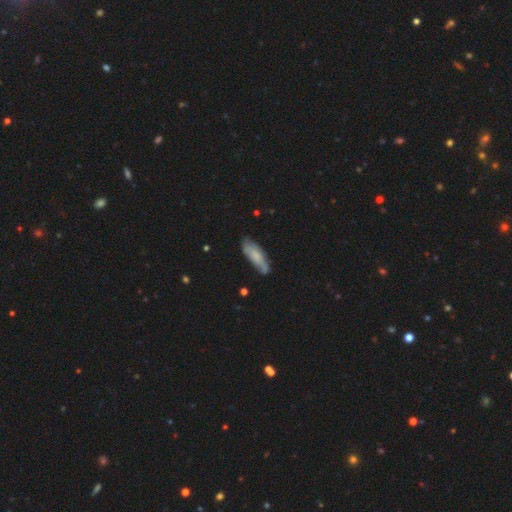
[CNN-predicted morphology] Q: Smooth or featured?
A: smooth (59%); runner-up: featured or disk (35%)
Q: How rounded?
A: in between (57%); runner-up: cigar-shaped (41%)
Q: Merging?
A: none (64%); runner-up: minor disturbance (26%)